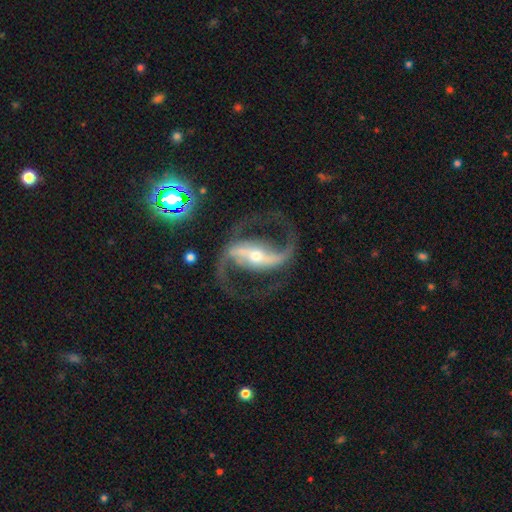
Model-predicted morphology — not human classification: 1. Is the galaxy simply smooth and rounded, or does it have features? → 92% featured or disk, 5% star or artifact, 3% smooth.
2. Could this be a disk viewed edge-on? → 97% no, 3% yes.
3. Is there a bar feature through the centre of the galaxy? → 69% strong, 21% weak, 10% no.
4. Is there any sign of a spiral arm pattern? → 98% yes, 2% no.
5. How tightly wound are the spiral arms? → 56% medium, 35% loose, 10% tight.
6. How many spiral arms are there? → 94% 2, 1% can't tell, 1% 1, 1% 3, 1% 4, 1% more than 4.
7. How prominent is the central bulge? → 47% small (tied), 47% moderate (tied), 4% large, 1% none, 1% dominant.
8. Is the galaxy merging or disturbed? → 80% none, 10% minor disturbance, 9% major disturbance, 2% merger.